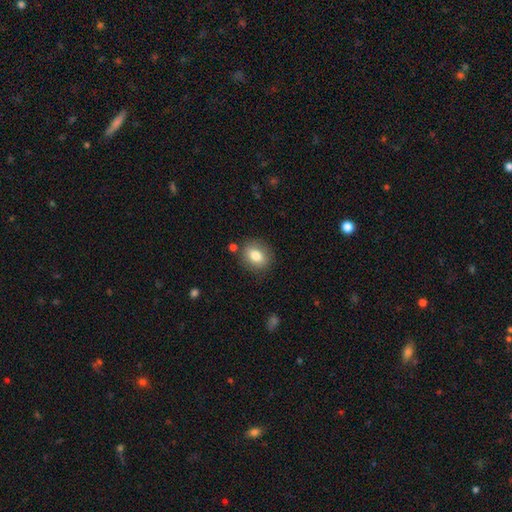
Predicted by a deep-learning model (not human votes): This appears to be a smooth galaxy with no disk features (81%) that is in between round and cigar-shaped (56%). Merging: none (83%).